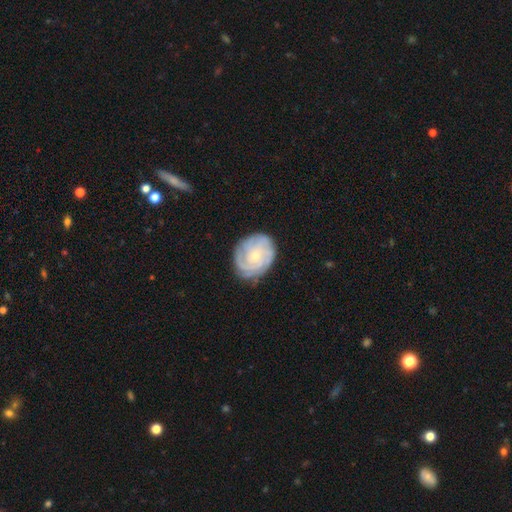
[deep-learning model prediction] Smooth or featured? Predicted: featured or disk (p=0.80). Edge-on disk? Predicted: no (p=0.98). Bar? Predicted: no (p=0.79). Spiral arms? Predicted: yes (p=0.95). Spiral winding? Predicted: tight (p=0.75). Spiral arm count? Predicted: can't tell (p=0.30). Bulge size? Predicted: small (p=0.70). Merging? Predicted: none (p=0.79).